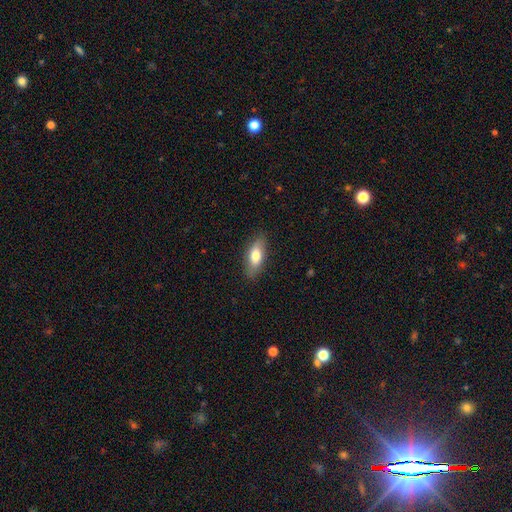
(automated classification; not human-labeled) Smooth or featured? Predicted: smooth (p=0.73). How rounded? Predicted: in between (p=0.75). Merging? Predicted: none (p=0.85).